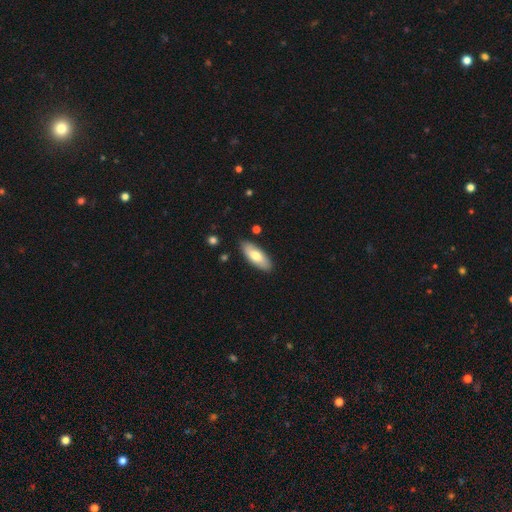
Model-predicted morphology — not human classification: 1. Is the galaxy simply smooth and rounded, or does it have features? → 70% smooth, 24% featured or disk, 5% star or artifact.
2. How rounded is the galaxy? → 79% in between, 19% cigar-shaped, 2% round.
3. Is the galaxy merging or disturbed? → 86% none, 11% minor disturbance, 2% major disturbance, 2% merger.